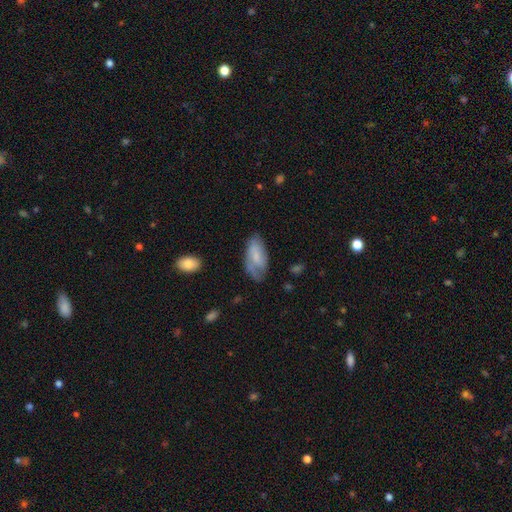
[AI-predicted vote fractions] Q: Smooth or featured?
A: smooth (54%); runner-up: featured or disk (39%)
Q: How rounded?
A: in between (90%); runner-up: cigar-shaped (8%)
Q: Merging?
A: none (56%); runner-up: minor disturbance (29%)